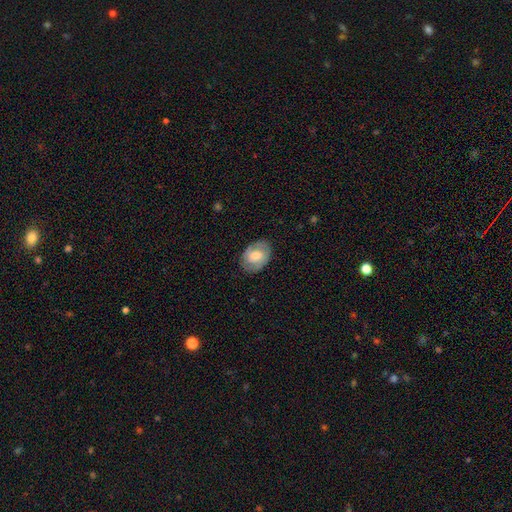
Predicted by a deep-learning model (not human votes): smooth-or-featured: smooth: 49% | featured or disk: 45% | star or artifact: 7%
  merging: none: 79% | minor disturbance: 15% | major disturbance: 5% | merger: 1%